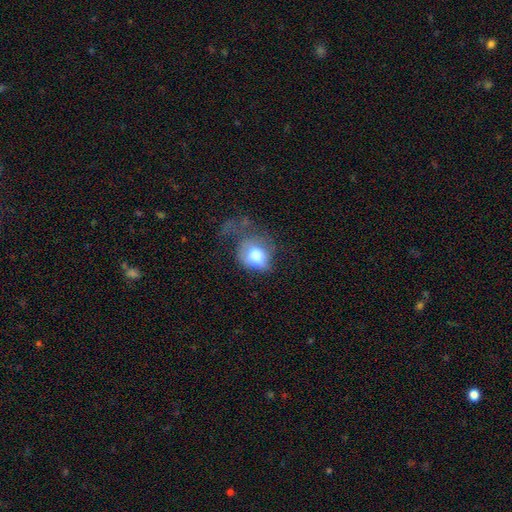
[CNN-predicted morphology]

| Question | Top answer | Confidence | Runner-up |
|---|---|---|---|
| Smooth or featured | smooth | 74% | featured or disk (18%) |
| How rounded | round | 57% | in between (42%) |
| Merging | major disturbance | 48% | minor disturbance (26%) |